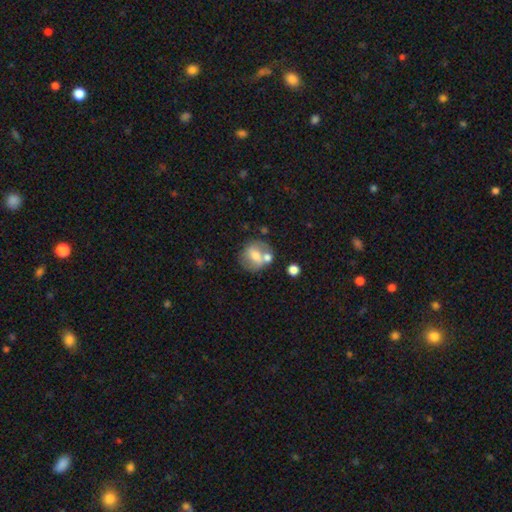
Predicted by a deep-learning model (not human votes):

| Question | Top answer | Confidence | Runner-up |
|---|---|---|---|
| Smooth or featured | smooth | 56% | featured or disk (35%) |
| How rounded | round | 72% | in between (26%) |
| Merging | none | 54% | merger (26%) |